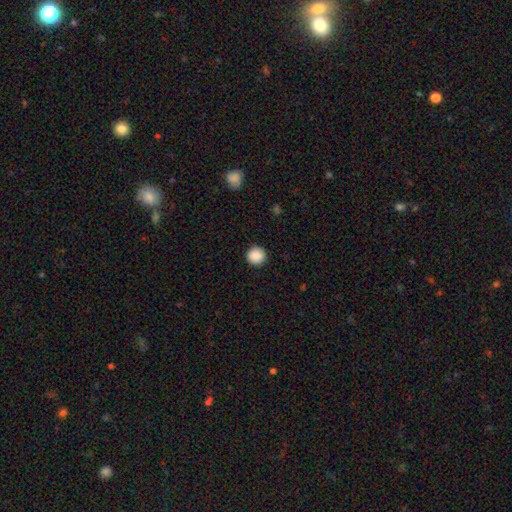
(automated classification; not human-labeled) smooth_or_featured: smooth (p=0.89) [alt: star or artifact p=0.08]
how_rounded: round (p=0.94) [alt: in between p=0.05]
merging: none (p=0.91) [alt: minor disturbance p=0.06]